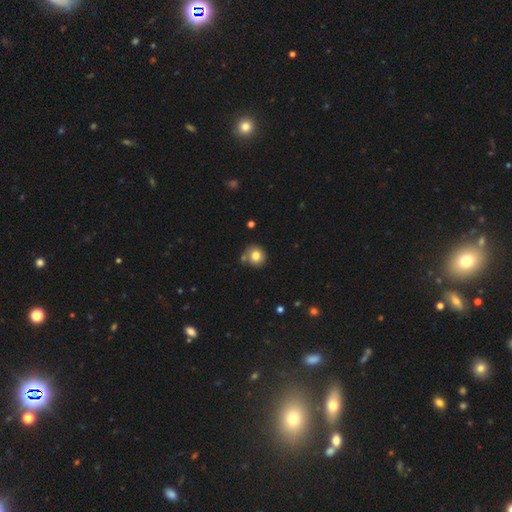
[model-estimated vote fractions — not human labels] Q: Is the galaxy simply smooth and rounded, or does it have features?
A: smooth — 81%.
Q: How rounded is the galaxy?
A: round — 86%.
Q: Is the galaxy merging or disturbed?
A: none — 71%.